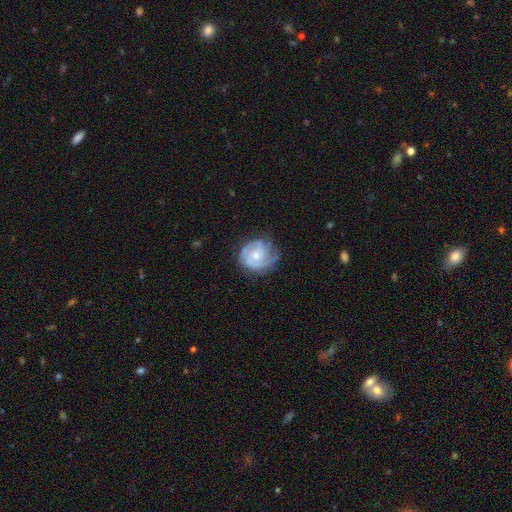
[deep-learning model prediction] A featured or disk galaxy (76%) with no bar (69%), 2 (43%) tight (56%) spiral arms (91%) and a moderate central bulge (57%). Merging: none (61%).